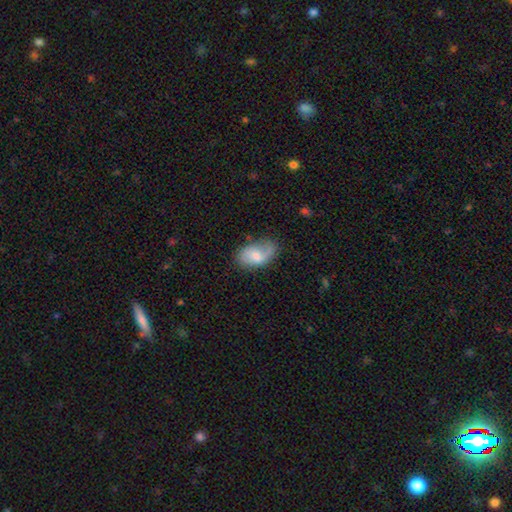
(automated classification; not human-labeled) Smooth or featured? Predicted: smooth (p=0.53). How rounded? Predicted: in between (p=0.92). Merging? Predicted: none (p=0.59).